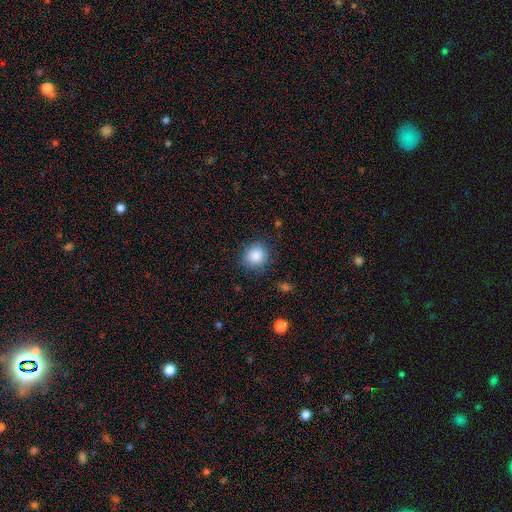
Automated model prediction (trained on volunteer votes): A smooth galaxy with no disk features (87%) that is round (85%).

Vote fractions:
- Smooth or featured? smooth: 87% / star or artifact: 9% / featured or disk: 4%
- How rounded? round: 85% / in between: 14% / cigar-shaped: 1%
- Merging? none: 83% / minor disturbance: 12% / major disturbance: 3% / merger: 1%